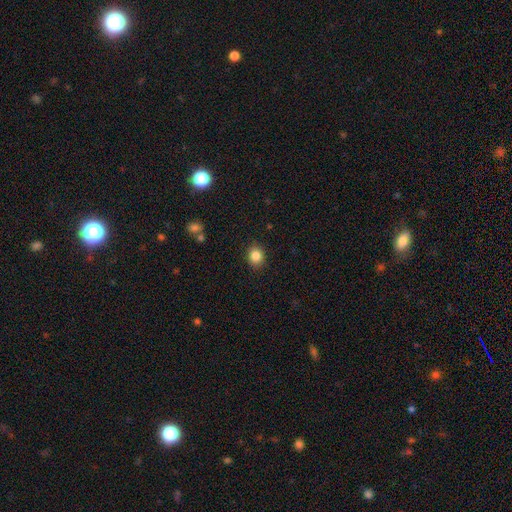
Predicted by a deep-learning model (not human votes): A smooth galaxy with no disk features (85%) that is round (60%).

Vote fractions:
- Smooth or featured? smooth: 85% / star or artifact: 10% / featured or disk: 5%
- How rounded? round: 60% / in between: 39% / cigar-shaped: 1%
- Merging? none: 89% / minor disturbance: 8% / major disturbance: 2% / merger: 1%